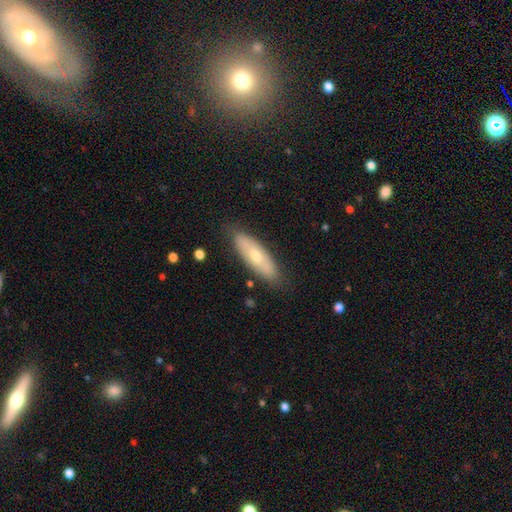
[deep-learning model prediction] smooth-or-featured: smooth: 54% | featured or disk: 39% | star or artifact: 7%
  how-rounded: in between: 57% | cigar-shaped: 41% | round: 2%
  merging: none: 84% | minor disturbance: 12% | major disturbance: 3% | merger: 1%